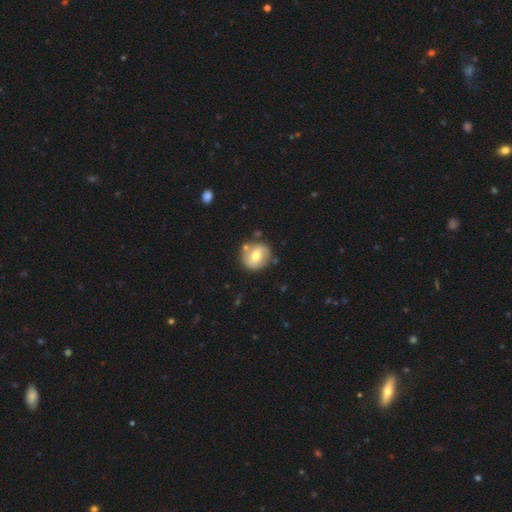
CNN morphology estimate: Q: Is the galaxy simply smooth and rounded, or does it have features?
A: smooth — 60%.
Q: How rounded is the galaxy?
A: round — 82%.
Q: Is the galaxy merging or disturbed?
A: none — 76%.